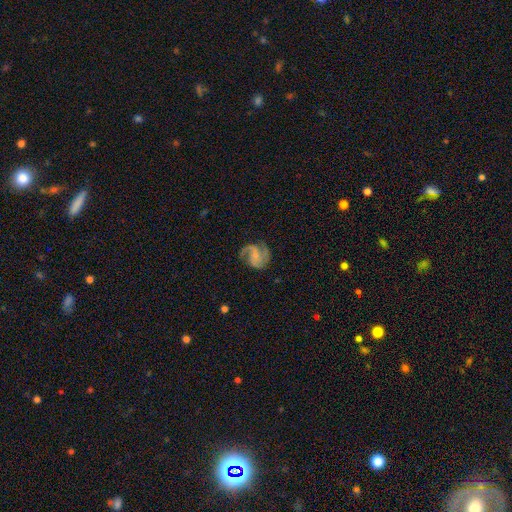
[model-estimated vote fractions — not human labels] Smooth or featured: featured or disk — 84% (smooth — 10%)
Edge-on disk: no — 98% (yes — 2%)
Bar: no — 57% (weak — 34%)
Spiral arms: yes — 96% (no — 4%)
Spiral winding: medium — 54% (tight — 24%)
Spiral arm count: 2 — 54% (3 — 25%)
Bulge size: small — 64% (moderate — 17%)
Merging: none — 66% (minor disturbance — 19%)